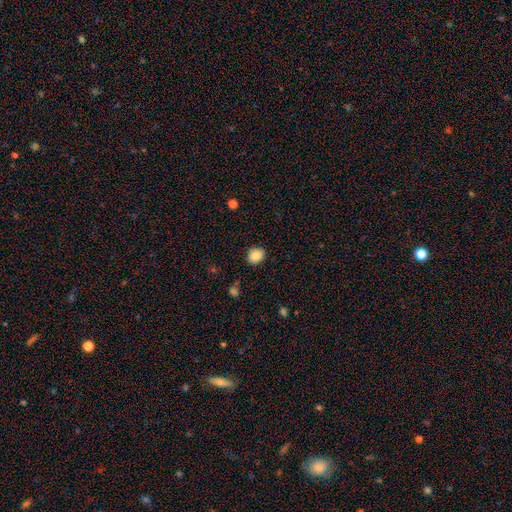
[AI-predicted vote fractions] A smooth galaxy with no disk features (87%) that is round (61%). Merging: none (87%).